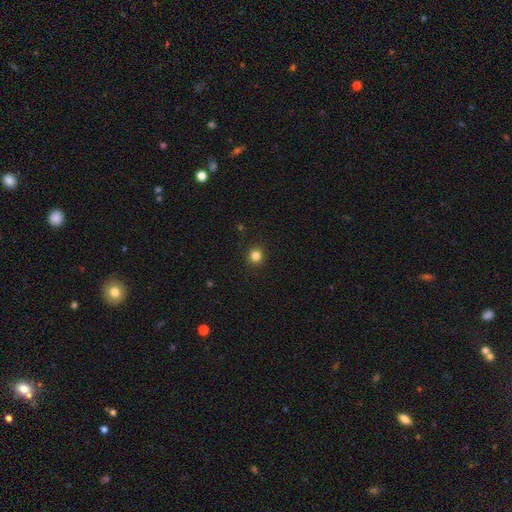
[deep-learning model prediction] The model was most divided on "smooth or featured": smooth: 83%, star or artifact: 13%, featured or disk: 4%. More confident: how rounded — round (93%); merging — none (93%).